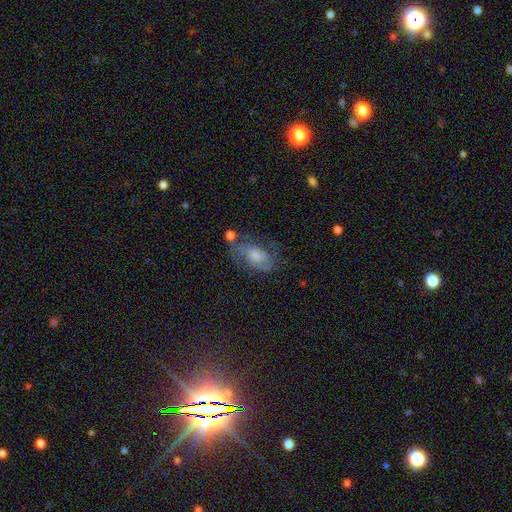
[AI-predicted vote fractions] featured or disk 50%, smooth 32%, star or artifact 18%. Down the decision tree: merging — none (59%).